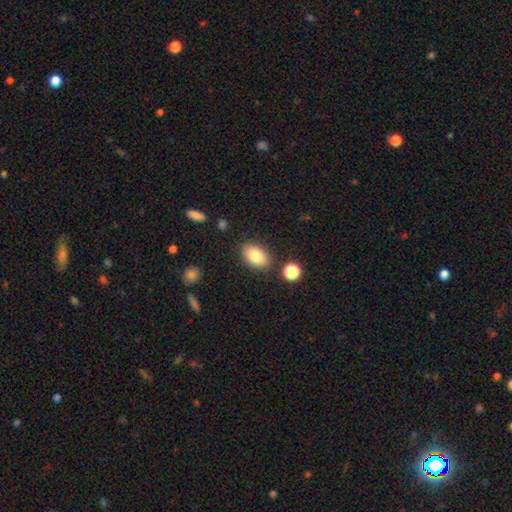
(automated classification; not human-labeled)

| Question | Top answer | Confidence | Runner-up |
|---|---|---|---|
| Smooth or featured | smooth | 84% | star or artifact (8%) |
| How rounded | in between | 89% | round (9%) |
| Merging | none | 83% | minor disturbance (11%) |